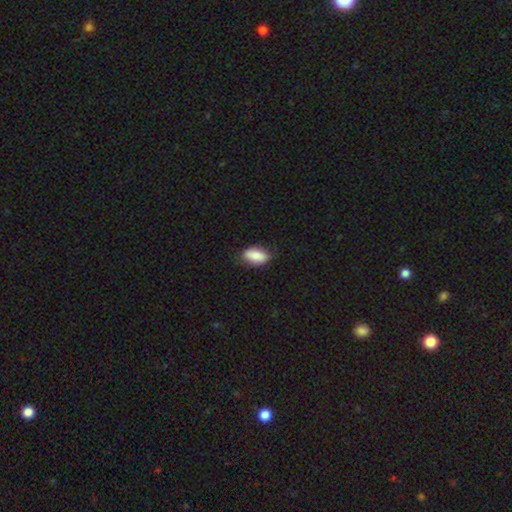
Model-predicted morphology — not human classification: A smooth galaxy with no disk features (81%) that is in between round and cigar-shaped (90%).

Vote fractions:
- Smooth or featured? smooth: 81% / featured or disk: 12% / star or artifact: 7%
- How rounded? in between: 90% / round: 5% / cigar-shaped: 5%
- Merging? none: 76% / minor disturbance: 19% / major disturbance: 4% / merger: 1%